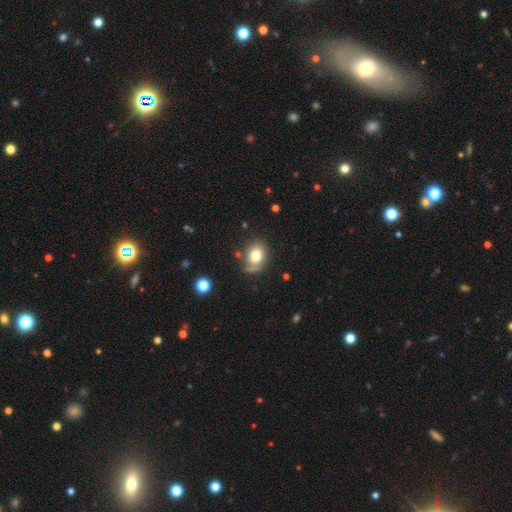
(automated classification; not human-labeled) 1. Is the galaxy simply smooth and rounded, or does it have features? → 74% smooth, 16% featured or disk, 10% star or artifact.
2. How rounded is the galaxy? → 52% in between, 47% round, 1% cigar-shaped.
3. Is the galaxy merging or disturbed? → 65% none, 21% minor disturbance, 8% major disturbance, 6% merger.